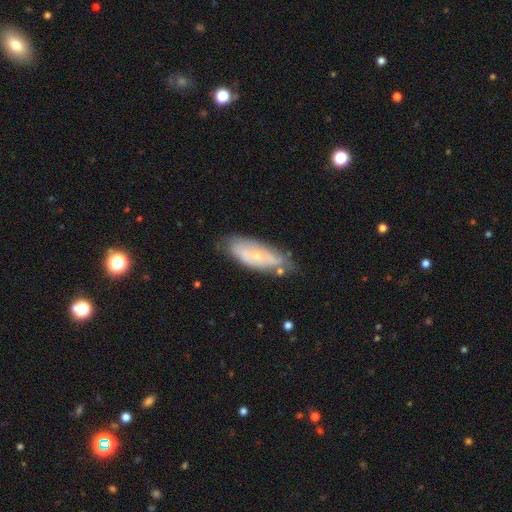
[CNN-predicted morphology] This appears to be a featured or disk galaxy (62%) with no bar (74%), spiral arms (61%) and a small central bulge (70%). Merging: none (65%).